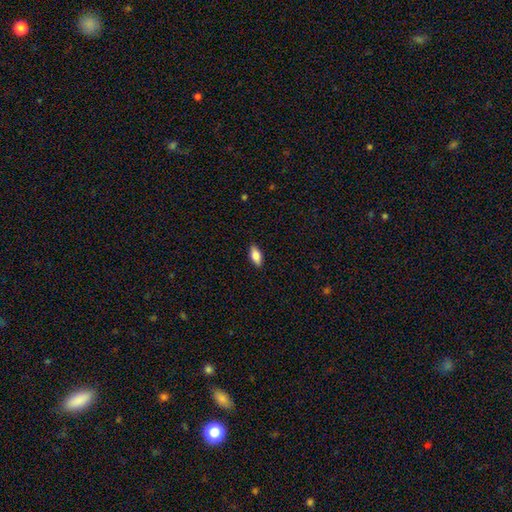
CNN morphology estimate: Overall: smooth (83%). How rounded: in between (87%). Merging: none (89%).